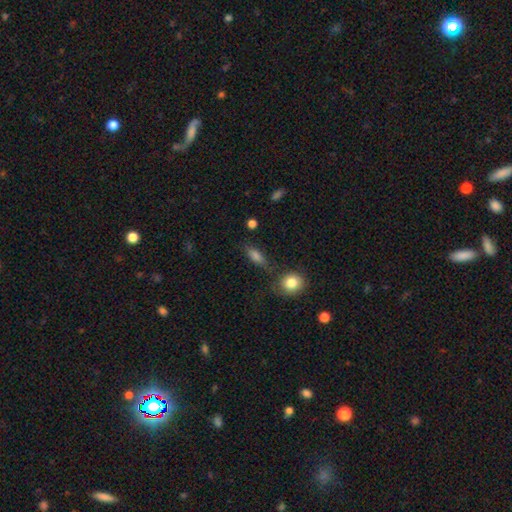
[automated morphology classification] smooth_or_featured: smooth (p=0.78) [alt: featured or disk p=0.12]
how_rounded: in between (p=0.65) [alt: cigar-shaped p=0.27]
merging: none (p=0.71) [alt: minor disturbance p=0.16]